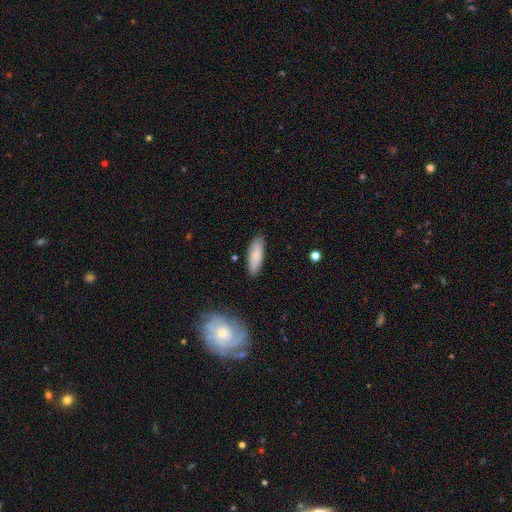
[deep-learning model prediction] Smooth or featured? smooth (81%)
How rounded? in between (57%)
Merging? none (86%)